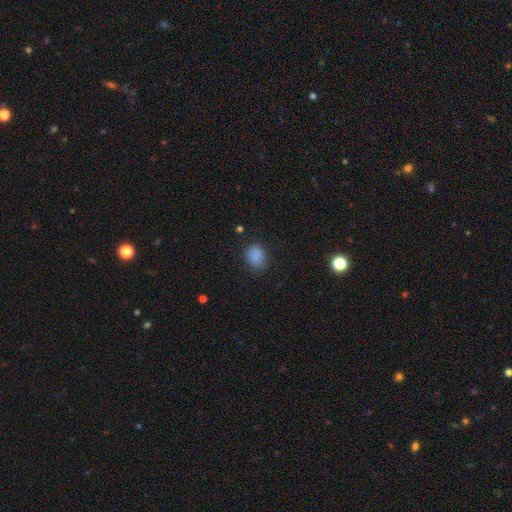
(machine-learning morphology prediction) The model was most divided on "how rounded": in between: 54%, round: 45%, cigar-shaped: 1%. More confident: smooth or featured — smooth (85%); merging — none (78%).